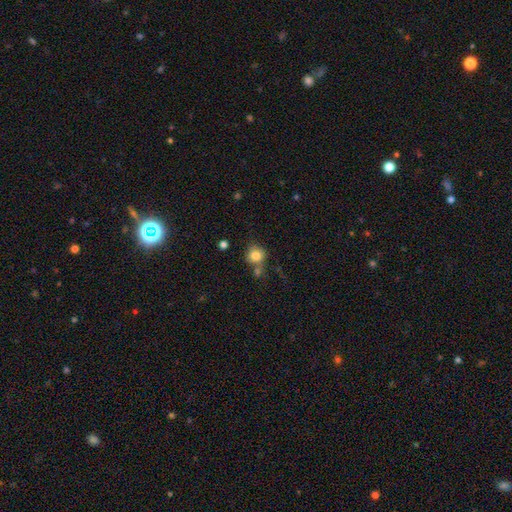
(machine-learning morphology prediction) Overall: smooth (82%). How rounded: round (87%). Merging: none (63%).